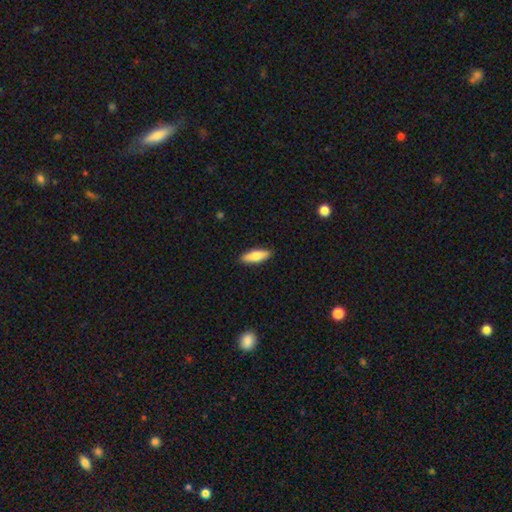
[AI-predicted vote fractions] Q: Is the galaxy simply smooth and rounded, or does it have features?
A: smooth — 77%.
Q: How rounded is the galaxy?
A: in between — 59%.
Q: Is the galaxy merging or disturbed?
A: none — 90%.